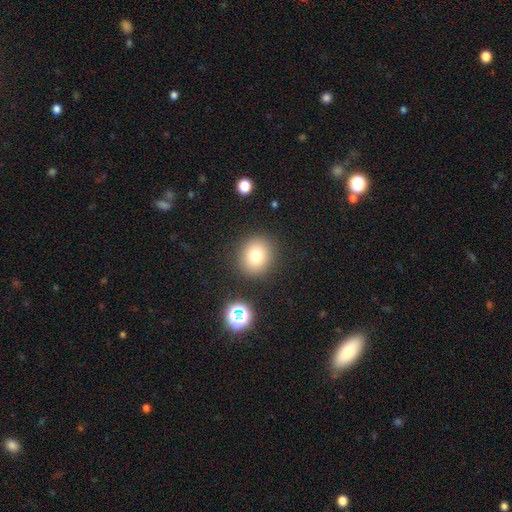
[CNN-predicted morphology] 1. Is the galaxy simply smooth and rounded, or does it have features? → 76% smooth, 14% star or artifact, 10% featured or disk.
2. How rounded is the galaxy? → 84% round, 15% in between, 1% cigar-shaped.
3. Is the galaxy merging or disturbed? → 88% none, 7% minor disturbance, 3% major disturbance, 3% merger.